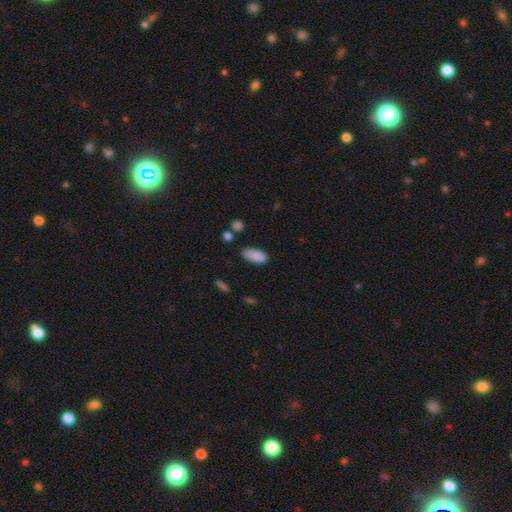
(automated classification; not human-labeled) Smooth or featured: smooth — 87% (star or artifact — 7%)
How rounded: in between — 90% (cigar-shaped — 8%)
Merging: none — 73% (minor disturbance — 19%)